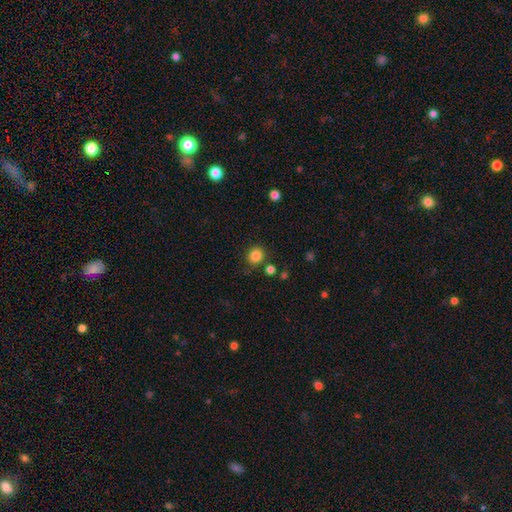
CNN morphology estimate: smooth_or_featured: smooth (p=0.84) [alt: star or artifact p=0.11]
how_rounded: round (p=0.82) [alt: in between p=0.17]
merging: none (p=0.81) [alt: minor disturbance p=0.10]